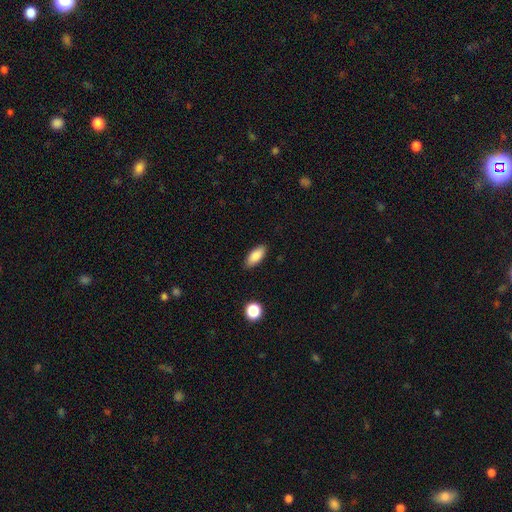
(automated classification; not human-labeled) The model was most divided on "how rounded": in between: 86%, cigar-shaped: 12%, round: 3%. More confident: smooth or featured — smooth (86%); merging — none (86%).